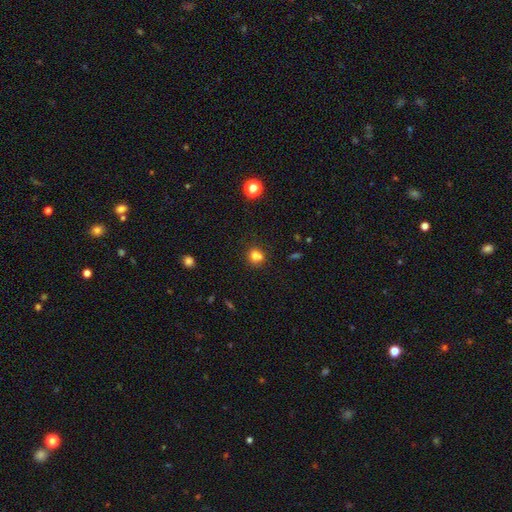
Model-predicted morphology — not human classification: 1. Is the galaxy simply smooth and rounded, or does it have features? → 74% smooth, 15% star or artifact, 11% featured or disk.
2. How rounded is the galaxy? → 72% round, 27% in between, 1% cigar-shaped.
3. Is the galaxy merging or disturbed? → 50% none, 32% merger, 13% minor disturbance, 5% major disturbance.